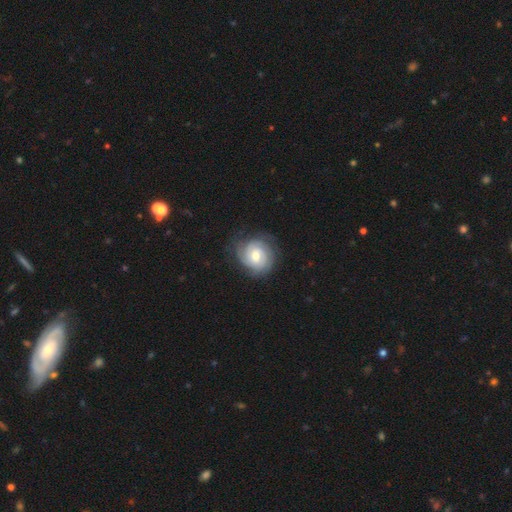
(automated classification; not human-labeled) smooth-or-featured: featured or disk: 81% | smooth: 13% | star or artifact: 5%
  disk-edge-on: no: 98% | yes: 2%
    bar: no: 62% | weak: 31% | strong: 7%
    has-spiral-arms: yes: 96% | no: 4%
      spiral-winding: tight: 76% | medium: 20% | loose: 4%
      spiral-arm-count: 3: 29% | can't tell: 26% | 2: 25% | 4: 10% | 1: 5% | more than 4: 5%
    bulge-size: moderate: 68% | small: 25% | large: 5% | none: 1% | dominant: 1%
  merging: none: 78% | minor disturbance: 15% | major disturbance: 6% | merger: 1%